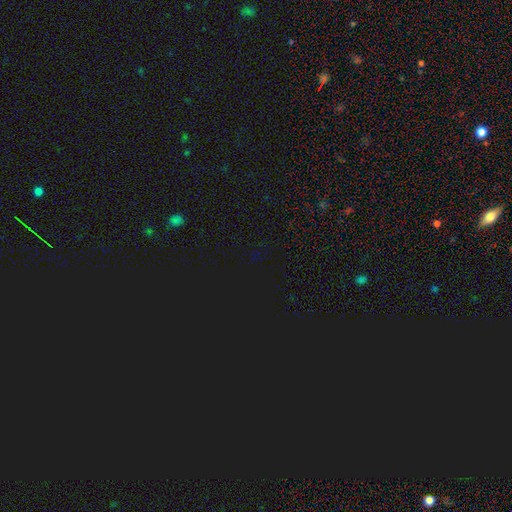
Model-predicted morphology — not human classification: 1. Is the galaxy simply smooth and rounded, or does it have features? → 78% star or artifact, 15% smooth, 6% featured or disk.